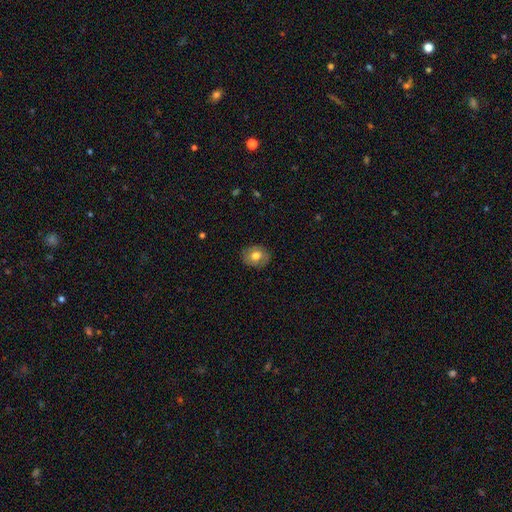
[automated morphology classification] Smooth or featured: smooth — 72% (featured or disk — 19%)
How rounded: round — 62% (in between — 37%)
Merging: none — 86% (minor disturbance — 11%)